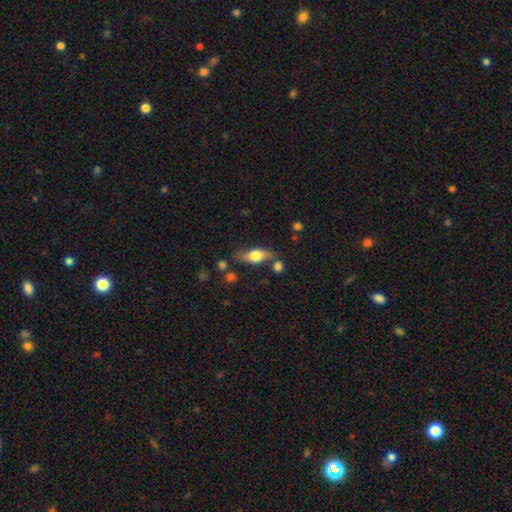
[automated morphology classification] Smooth or featured?
  - smooth: 57% *
  - featured or disk: 36%
  - star or artifact: 7%
How rounded?
  - in between: 72% *
  - cigar-shaped: 22%
  - round: 6%
Merging?
  - none: 69% *
  - minor disturbance: 18%
  - merger: 8%
  - major disturbance: 5%